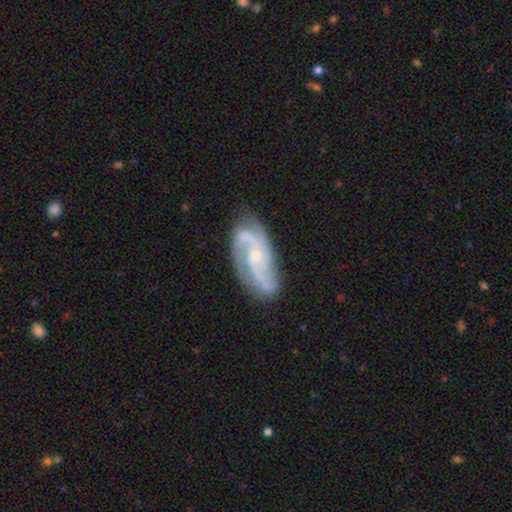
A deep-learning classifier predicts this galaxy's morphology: featured or disk 89%, smooth 6%, star or artifact 5%. Down the decision tree: edge-on disk — no (96%); bar — no (58%); spiral arms — yes (98%); spiral arm count — 2 (45%); spiral winding — medium (53%); bulge size — small (68%); merging — none (74%).